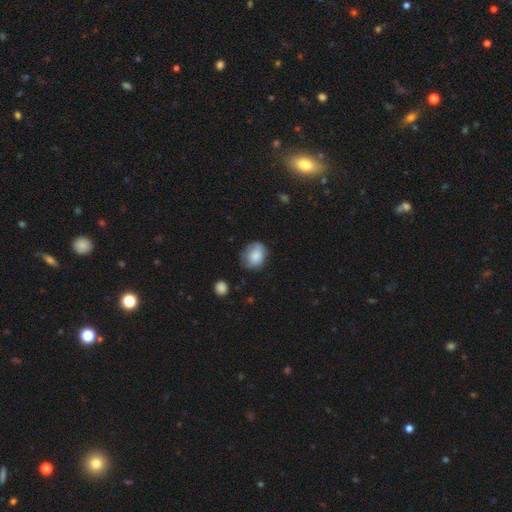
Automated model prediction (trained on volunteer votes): smooth 82%, featured or disk 10%, star or artifact 8%. Down the decision tree: how rounded — round (54%); merging — none (62%).